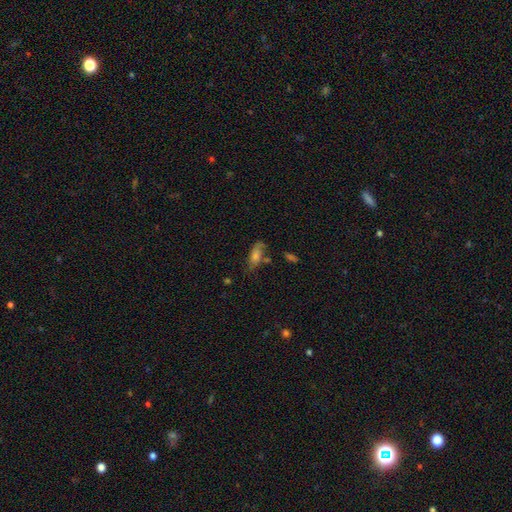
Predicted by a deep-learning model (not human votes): Smooth or featured: smooth — 51% (featured or disk — 33%)
How rounded: in between — 73% (cigar-shaped — 21%)
Merging: none — 56% (minor disturbance — 23%)